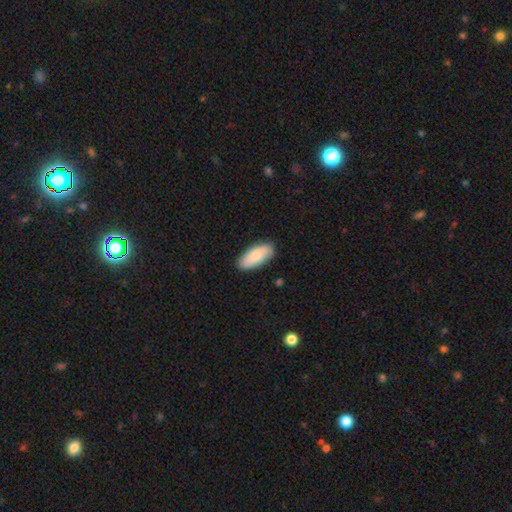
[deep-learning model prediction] Overall: smooth (82%). How rounded: in between (88%). Merging: none (88%).